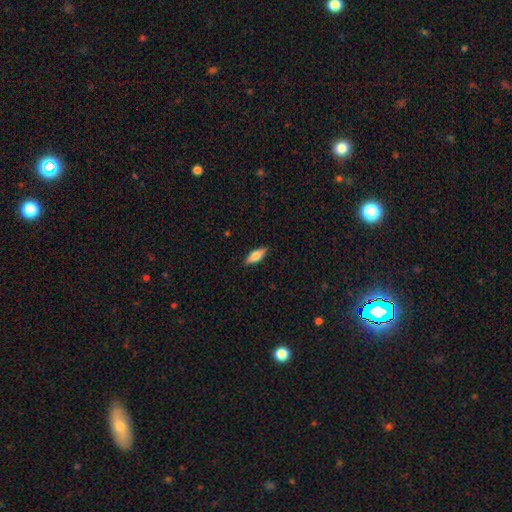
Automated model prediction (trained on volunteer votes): Q: Smooth or featured?
A: smooth (65%); runner-up: featured or disk (29%)
Q: How rounded?
A: in between (59%); runner-up: cigar-shaped (38%)
Q: Merging?
A: none (87%); runner-up: minor disturbance (10%)